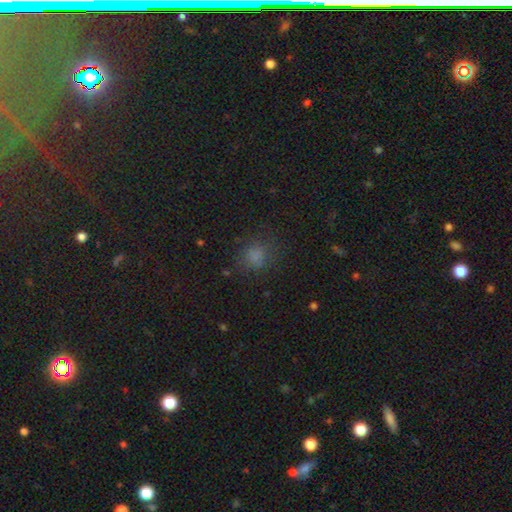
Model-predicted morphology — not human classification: This appears to be a smooth galaxy with no disk features (75%) that is round (69%). Merging: none (73%).